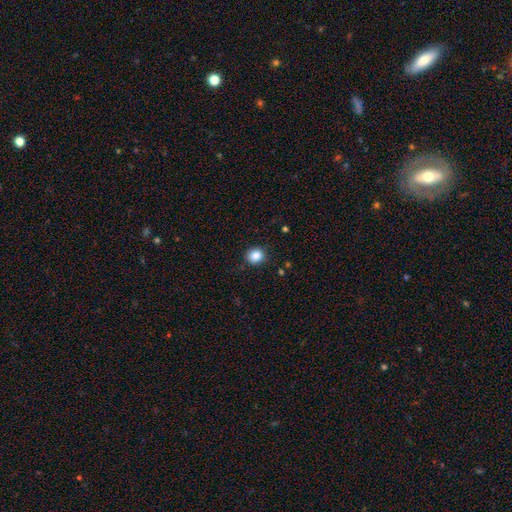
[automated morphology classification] Smooth or featured: smooth — 85% (star or artifact — 10%)
How rounded: round — 81% (in between — 18%)
Merging: none — 88% (minor disturbance — 8%)